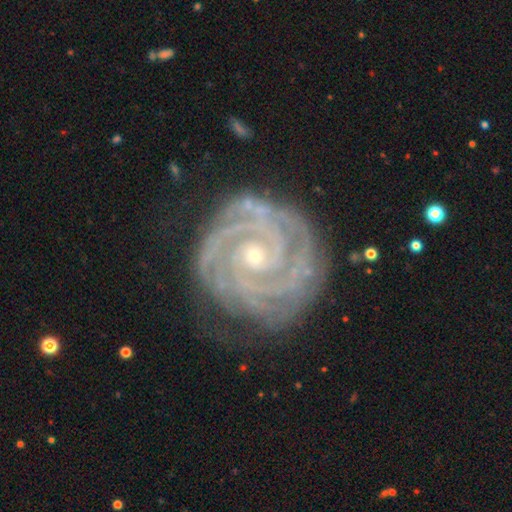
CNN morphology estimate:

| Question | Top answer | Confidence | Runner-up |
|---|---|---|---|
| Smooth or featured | featured or disk | 92% | star or artifact (5%) |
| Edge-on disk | no | 98% | yes (2%) |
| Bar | no | 69% | weak (20%) |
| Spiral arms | yes | 99% | no (1%) |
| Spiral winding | tight | 87% | medium (11%) |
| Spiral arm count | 2 | 37% | 3 (25%) |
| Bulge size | small | 65% | moderate (32%) |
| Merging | none | 77% | minor disturbance (16%) |